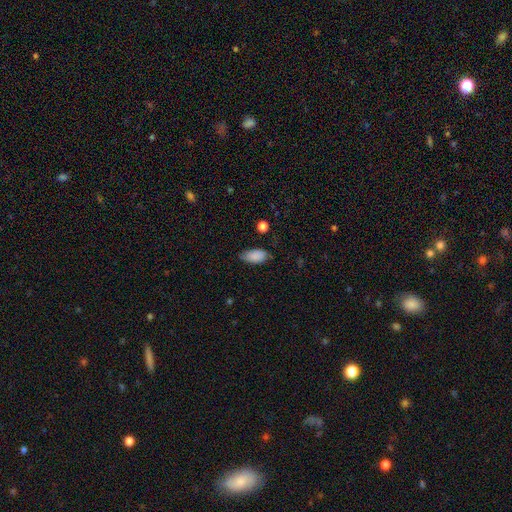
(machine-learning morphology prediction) smooth 86%, star or artifact 7%, featured or disk 7%. Down the decision tree: how rounded — in between (93%); merging — none (65%).